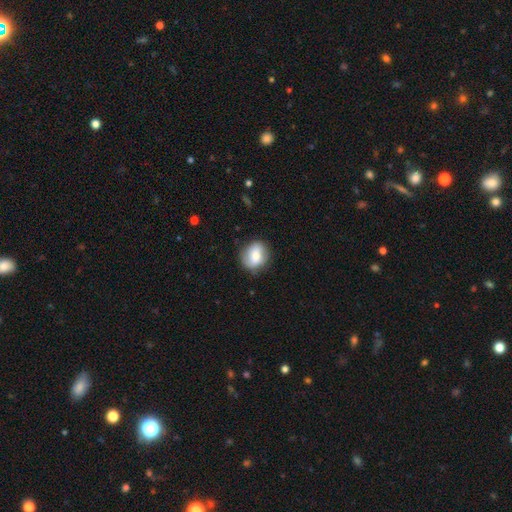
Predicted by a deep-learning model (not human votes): Q: Smooth or featured?
A: smooth (67%); runner-up: featured or disk (25%)
Q: How rounded?
A: round (68%); runner-up: in between (31%)
Q: Merging?
A: none (79%); runner-up: minor disturbance (16%)